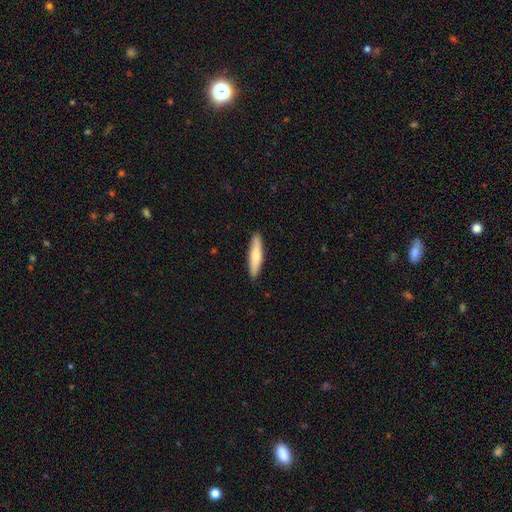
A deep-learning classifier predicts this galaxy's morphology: Smooth or featured?
  - smooth: 70% *
  - featured or disk: 25%
  - star or artifact: 5%
How rounded?
  - cigar-shaped: 79% *
  - in between: 20%
  - round: 2%
Merging?
  - none: 89% *
  - minor disturbance: 8%
  - major disturbance: 1%
  - merger: 1%